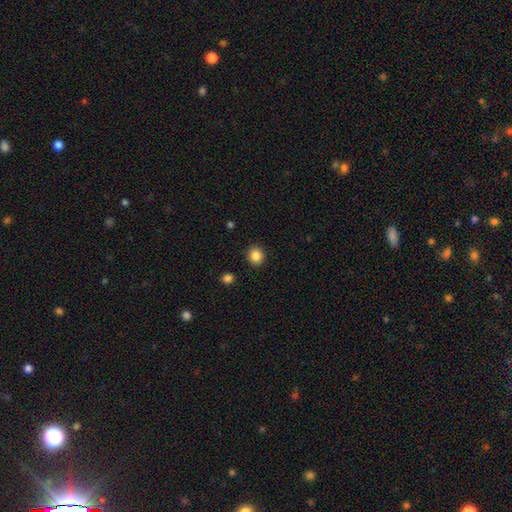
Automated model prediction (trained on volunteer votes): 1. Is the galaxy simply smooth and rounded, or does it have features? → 86% smooth, 10% star or artifact, 4% featured or disk.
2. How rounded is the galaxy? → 83% round, 16% in between, 1% cigar-shaped.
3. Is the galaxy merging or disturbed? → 91% none, 6% minor disturbance, 2% major disturbance, 1% merger.